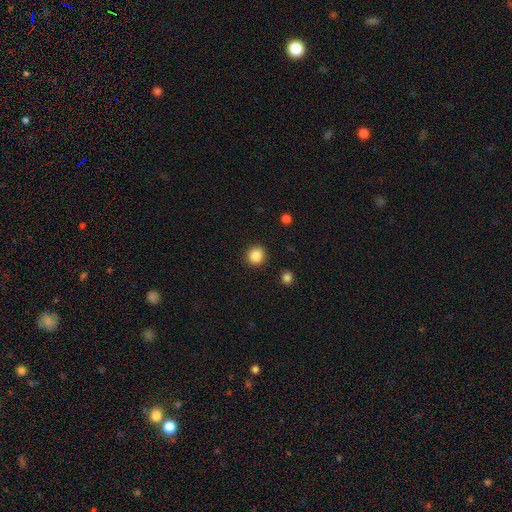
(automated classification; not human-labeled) smooth-or-featured: smooth: 86% | star or artifact: 10% | featured or disk: 4%
  how-rounded: round: 91% | in between: 8% | cigar-shaped: 1%
  merging: none: 91% | minor disturbance: 6% | major disturbance: 2% | merger: 1%